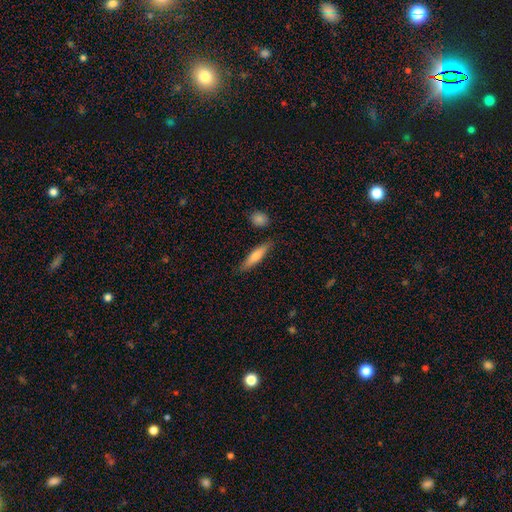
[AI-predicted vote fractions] Morphology: type=smooth (64%); roundness=cigar-shaped (81%); merging=none (85%).